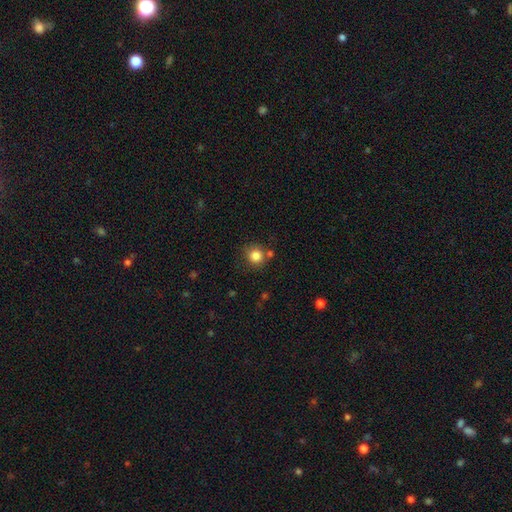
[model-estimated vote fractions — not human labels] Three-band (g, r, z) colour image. It shows a smooth galaxy with no disk features (84%) that is round (90%). Merging: none (74%).